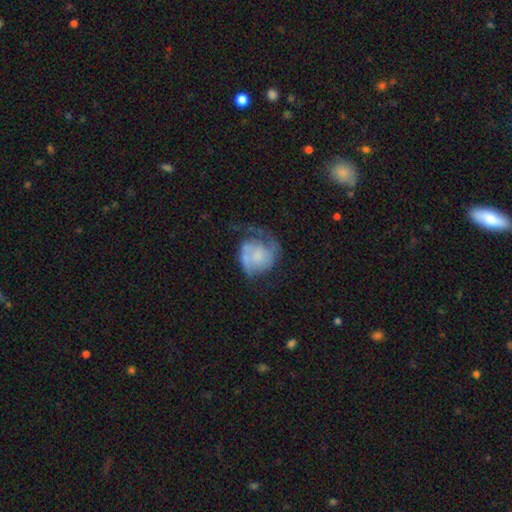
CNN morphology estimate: type=featured or disk (63%); edge-on=no (98%); bar=no (76%); spiral arms=yes (79%); bulge=none (39%); merging=none (37%).